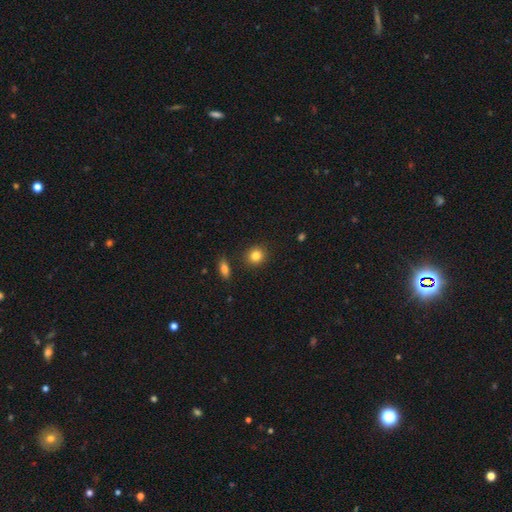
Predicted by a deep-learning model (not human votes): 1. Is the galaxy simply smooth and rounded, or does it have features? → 84% smooth, 10% star or artifact, 6% featured or disk.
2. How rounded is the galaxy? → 86% round, 13% in between, 1% cigar-shaped.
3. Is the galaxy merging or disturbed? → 88% none, 7% minor disturbance, 3% merger, 2% major disturbance.